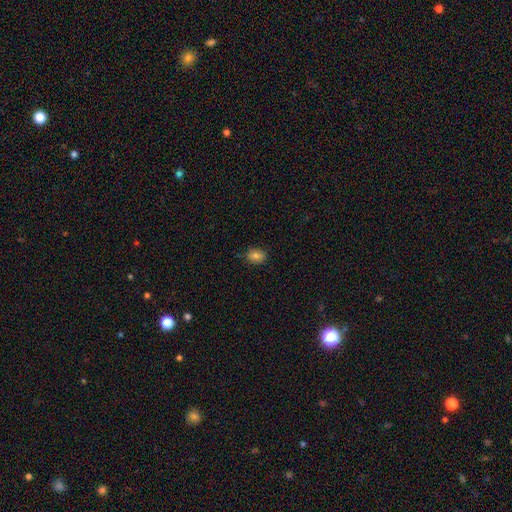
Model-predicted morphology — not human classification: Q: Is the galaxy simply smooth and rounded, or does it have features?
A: smooth — 82%.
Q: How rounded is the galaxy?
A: in between — 69%.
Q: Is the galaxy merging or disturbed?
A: none — 82%.